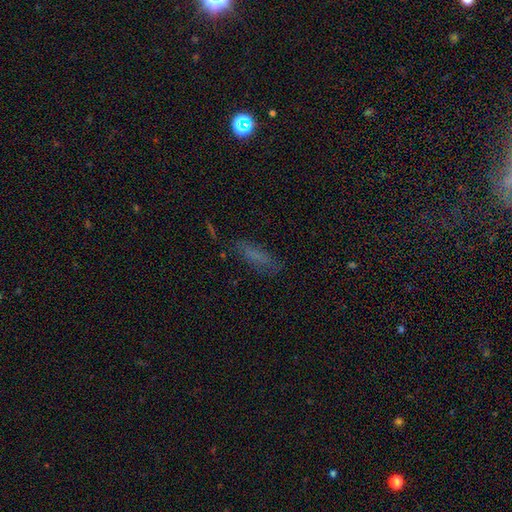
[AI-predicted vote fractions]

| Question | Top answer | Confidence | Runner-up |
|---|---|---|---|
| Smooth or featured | smooth | 57% | featured or disk (23%) |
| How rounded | cigar-shaped | 59% | in between (37%) |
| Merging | none | 68% | minor disturbance (19%) |